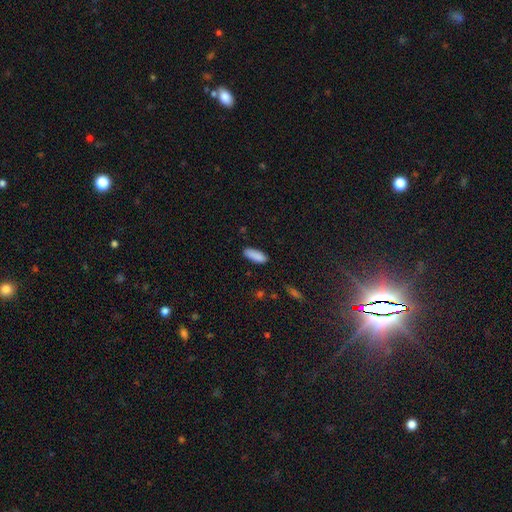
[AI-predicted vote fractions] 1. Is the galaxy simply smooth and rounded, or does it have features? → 89% smooth, 7% star or artifact, 4% featured or disk.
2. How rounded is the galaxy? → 69% in between, 30% cigar-shaped, 2% round.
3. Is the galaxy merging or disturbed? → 85% none, 12% minor disturbance, 2% major disturbance, 1% merger.